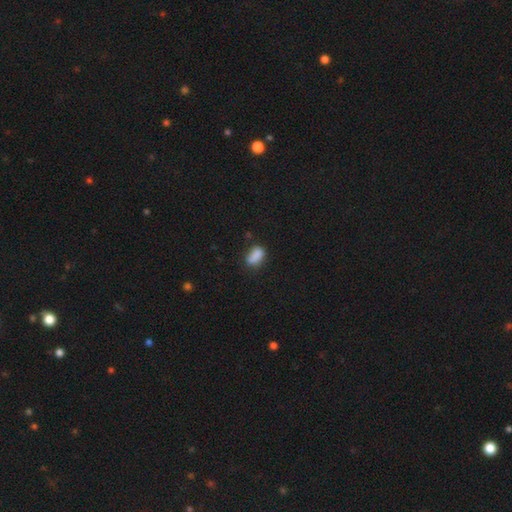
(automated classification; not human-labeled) A smooth galaxy with no disk features (84%) that is in between round and cigar-shaped (85%).

Vote fractions:
- Smooth or featured? smooth: 84% / star or artifact: 10% / featured or disk: 6%
- How rounded? in between: 85% / round: 9% / cigar-shaped: 6%
- Merging? none: 59% / minor disturbance: 28% / major disturbance: 8% / merger: 5%